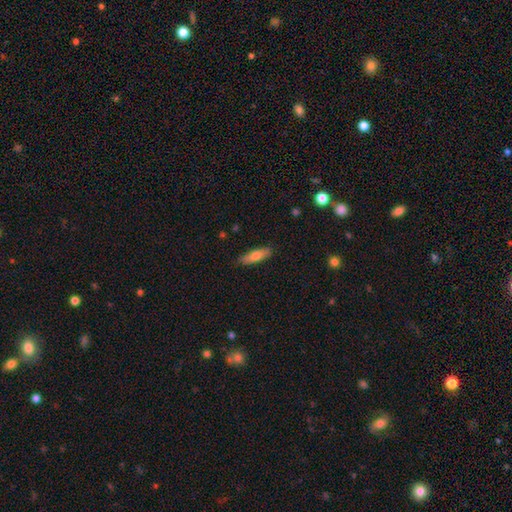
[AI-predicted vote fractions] Smooth or featured: smooth — 69% (featured or disk — 25%)
How rounded: cigar-shaped — 56% (in between — 42%)
Merging: none — 85% (minor disturbance — 12%)